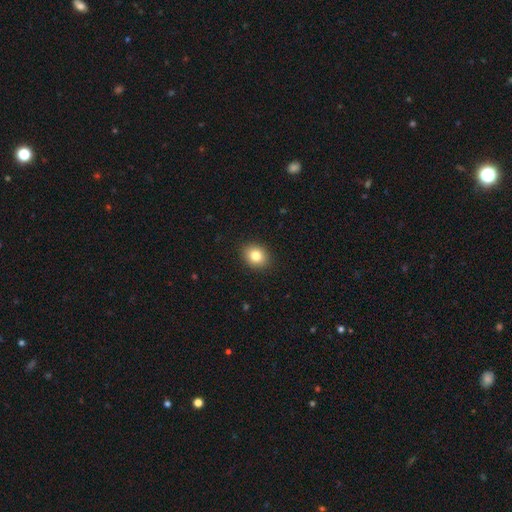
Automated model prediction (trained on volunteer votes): smooth-or-featured: smooth: 83% | star or artifact: 10% | featured or disk: 7%
  how-rounded: round: 55% | in between: 44% | cigar-shaped: 1%
  merging: none: 90% | minor disturbance: 7% | major disturbance: 2% | merger: 1%